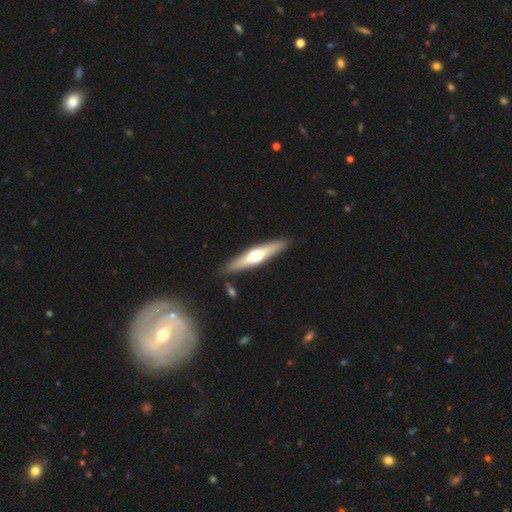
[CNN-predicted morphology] Overall: featured or disk (56%; smooth 39%). Edge-on disk: yes (93%). Edge-on bulge: rounded (92%). Merging: none (88%).